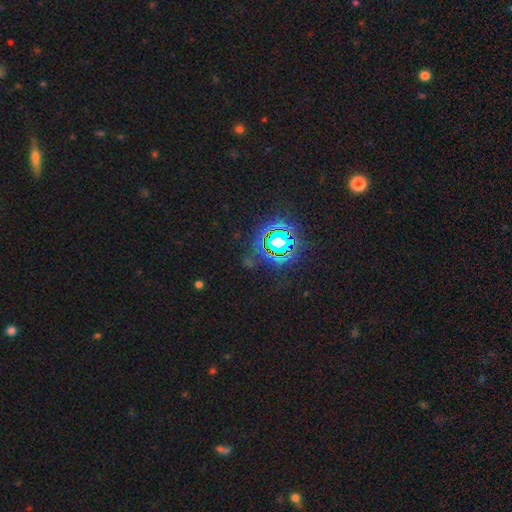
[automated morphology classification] star or artifact 83%, smooth 11%, featured or disk 6%.